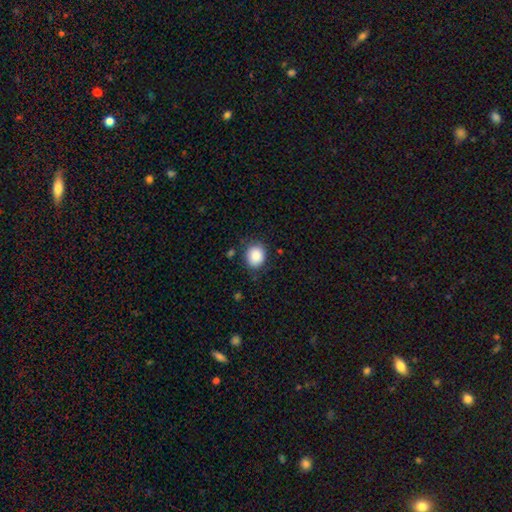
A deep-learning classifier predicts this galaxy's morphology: A smooth galaxy with no disk features (88%) that is round (67%).

Vote fractions:
- Smooth or featured? smooth: 88% / star or artifact: 8% / featured or disk: 4%
- How rounded? round: 67% / in between: 32% / cigar-shaped: 1%
- Merging? none: 81% / minor disturbance: 13% / major disturbance: 4% / merger: 2%